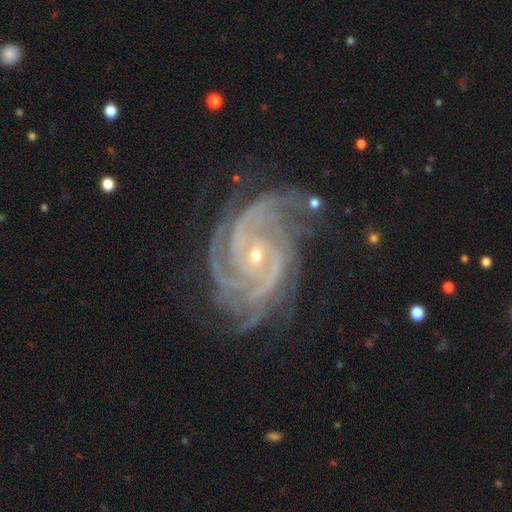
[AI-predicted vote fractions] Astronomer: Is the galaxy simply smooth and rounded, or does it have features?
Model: featured or disk — 92%.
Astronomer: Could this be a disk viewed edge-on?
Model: no — 98%.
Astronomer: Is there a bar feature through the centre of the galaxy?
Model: no — 61%.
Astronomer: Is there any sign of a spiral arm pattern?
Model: yes — 99%.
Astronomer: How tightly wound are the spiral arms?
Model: tight — 66%.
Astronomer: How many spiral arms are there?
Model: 4 — 27% (runner-up: 3, 23%).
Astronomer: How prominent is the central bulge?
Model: small — 75%.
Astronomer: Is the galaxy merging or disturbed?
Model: none — 67%.